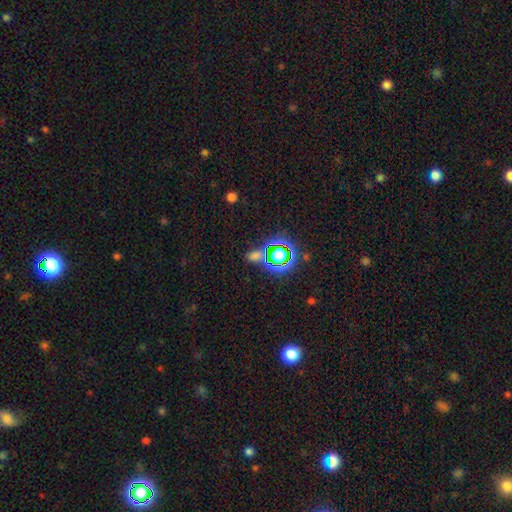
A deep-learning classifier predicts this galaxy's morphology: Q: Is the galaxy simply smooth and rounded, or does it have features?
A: star or artifact — 49%.